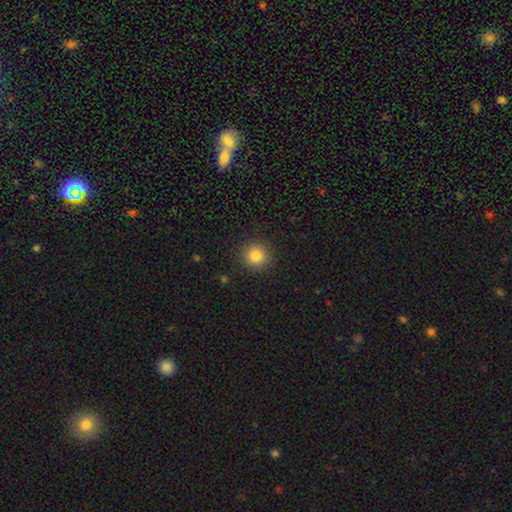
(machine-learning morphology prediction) type=smooth (83%); roundness=round (93%); merging=none (91%).